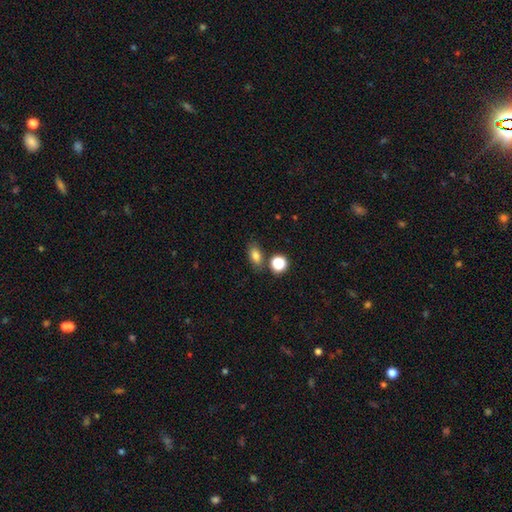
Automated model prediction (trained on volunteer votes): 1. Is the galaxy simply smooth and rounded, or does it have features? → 80% smooth, 12% star or artifact, 8% featured or disk.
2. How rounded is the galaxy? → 79% in between, 17% round, 4% cigar-shaped.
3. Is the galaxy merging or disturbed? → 74% none, 12% minor disturbance, 11% merger, 3% major disturbance.